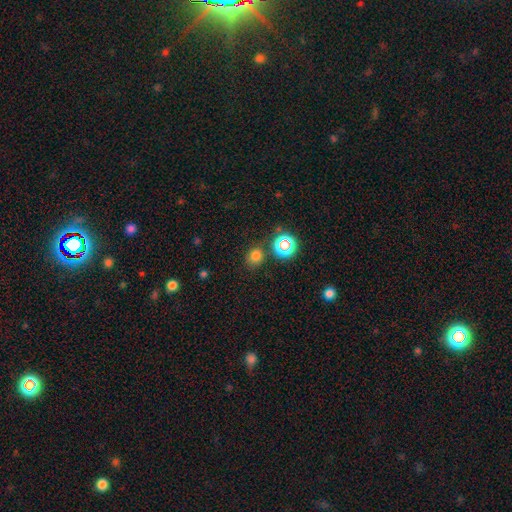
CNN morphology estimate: This is likely a smooth galaxy (74%). How rounded: likely round (72%). Merging: likely none (79%).